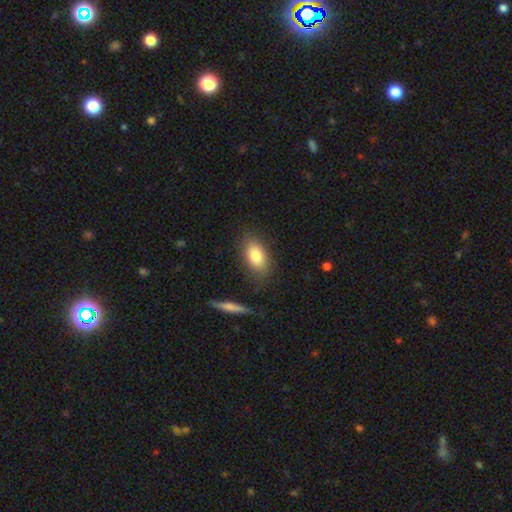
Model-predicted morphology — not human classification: Smooth or featured? smooth (80%)
How rounded? in between (88%)
Merging? none (81%)